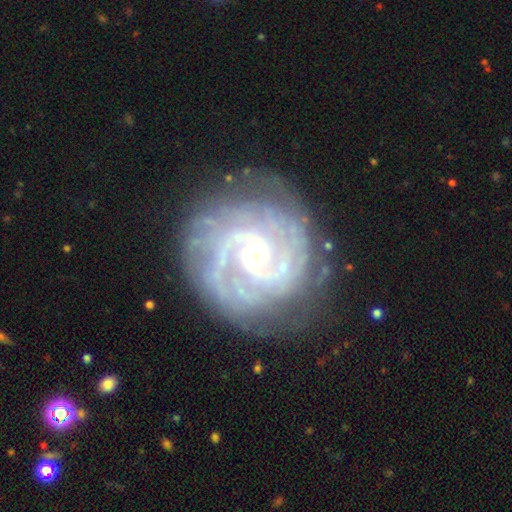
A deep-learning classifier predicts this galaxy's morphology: Smooth or featured? featured or disk (90%)
Edge-on disk? no (98%)
Bar? no (62%)
Spiral arms? yes (98%)
Spiral winding? tight (65%)
Spiral arm count? 2 (44%)
Bulge size? small (76%)
Merging? none (78%)